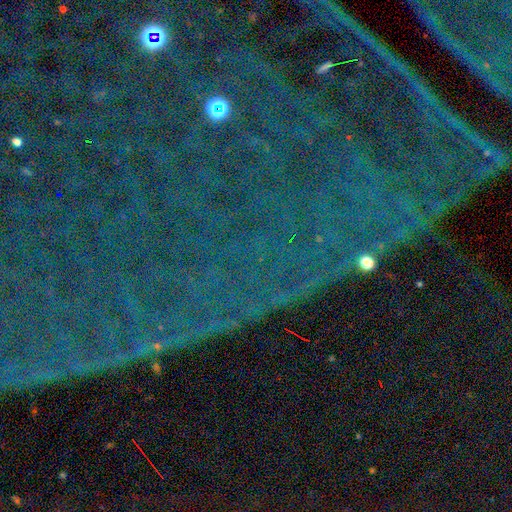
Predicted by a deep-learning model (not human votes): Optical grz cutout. It shows a star or artifact, not a galaxy (86%).